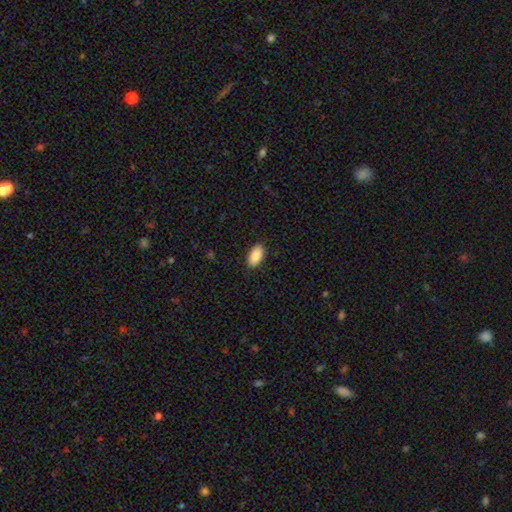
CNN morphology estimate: A smooth galaxy with no disk features (89%) that is in between round and cigar-shaped (94%).

Vote fractions:
- Smooth or featured? smooth: 89% / star or artifact: 6% / featured or disk: 5%
- How rounded? in between: 94% / cigar-shaped: 3% / round: 3%
- Merging? none: 89% / minor disturbance: 9% / major disturbance: 2% / merger: 1%